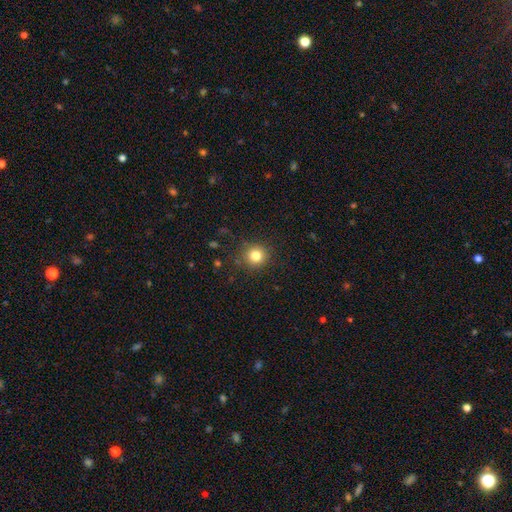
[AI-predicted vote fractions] Smooth or featured? Predicted: smooth (p=0.81). How rounded? Predicted: round (p=0.91). Merging? Predicted: none (p=0.88).